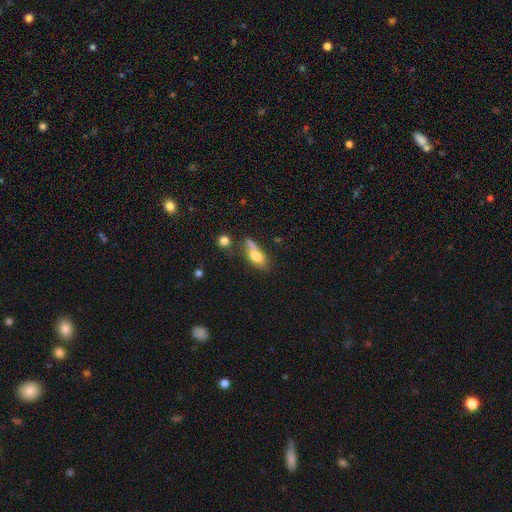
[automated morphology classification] Q: Smooth or featured?
A: smooth (68%); runner-up: featured or disk (24%)
Q: How rounded?
A: in between (75%); runner-up: cigar-shaped (20%)
Q: Merging?
A: none (43%); runner-up: merger (24%)